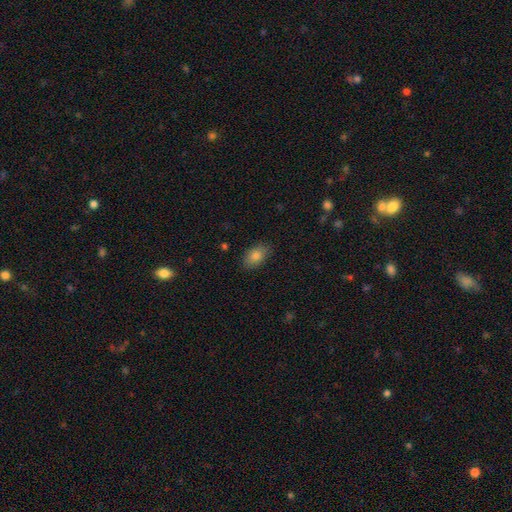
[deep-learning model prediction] smooth_or_featured: smooth (p=0.83) [alt: featured or disk p=0.09]
how_rounded: in between (p=0.90) [alt: round p=0.08]
merging: none (p=0.85) [alt: minor disturbance p=0.11]